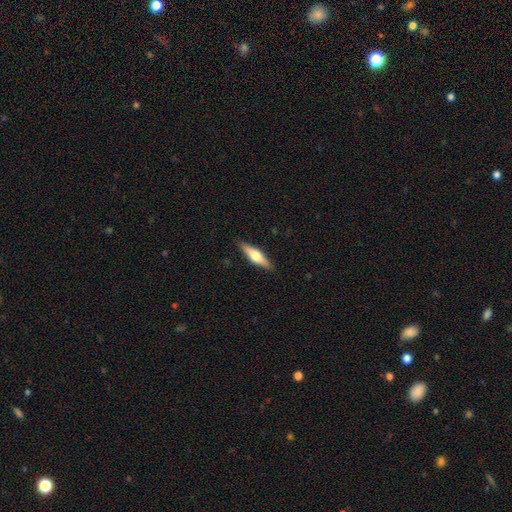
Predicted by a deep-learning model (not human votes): Smooth or featured? featured or disk (51%)
Edge-on disk? yes (95%)
Merging? none (89%)